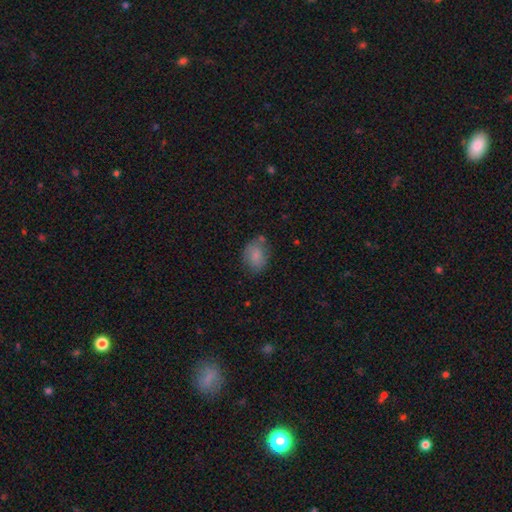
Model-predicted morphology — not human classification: Smooth or featured: smooth — 80% (featured or disk — 11%)
How rounded: in between — 61% (round — 37%)
Merging: none — 65% (minor disturbance — 22%)